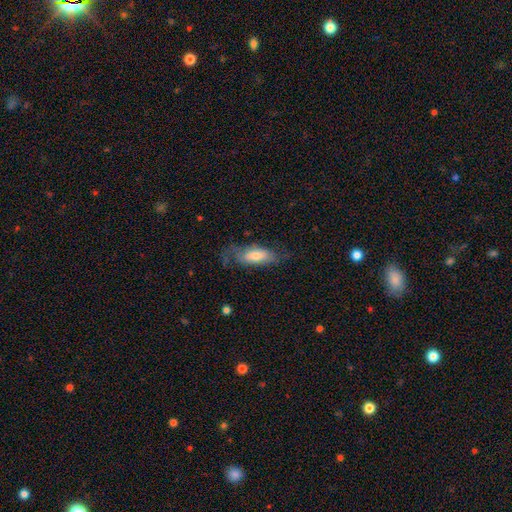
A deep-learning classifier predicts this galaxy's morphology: This appears to be a smooth galaxy with no disk features (54%) that is in between round and cigar-shaped (73%). Merging: none (52%).